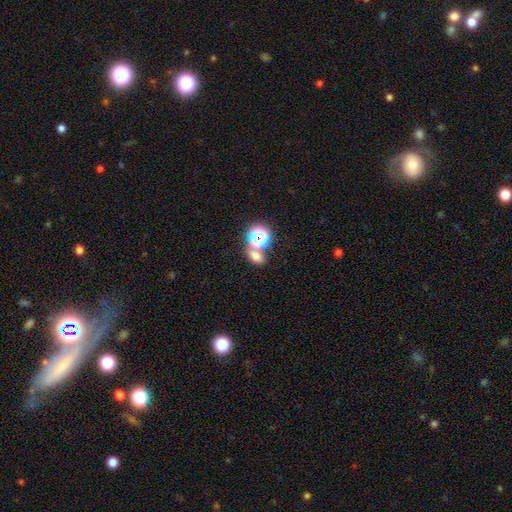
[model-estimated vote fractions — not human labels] This appears to be a smooth galaxy with no disk features (64%) that is in between round and cigar-shaped (63%). Merging: none (54%).